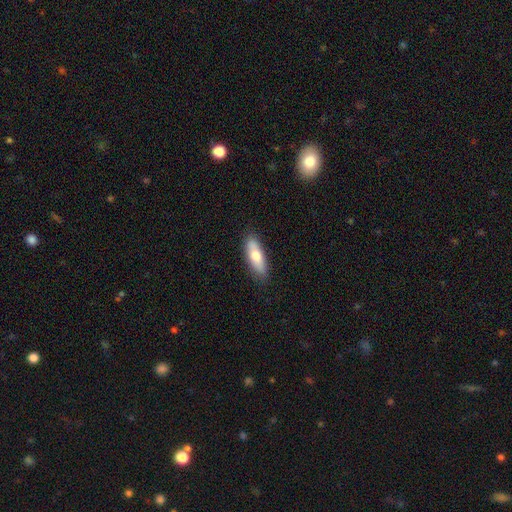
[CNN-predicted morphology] Smooth or featured? smooth (68%)
How rounded? in between (50%)
Merging? none (83%)